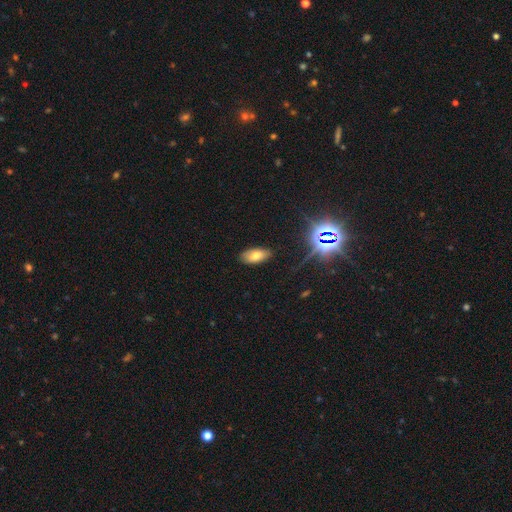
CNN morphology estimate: This appears to be a smooth galaxy with no disk features (71%) that is in between round and cigar-shaped (91%). Merging: none (84%).